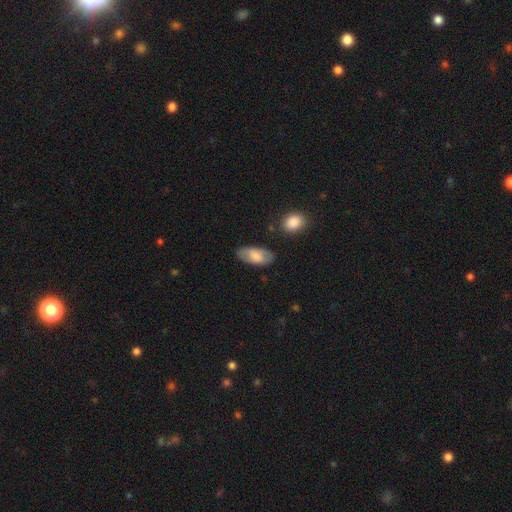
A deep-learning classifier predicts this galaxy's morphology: Smooth or featured? Predicted: smooth (p=0.71). How rounded? Predicted: in between (p=0.92). Merging? Predicted: none (p=0.78).